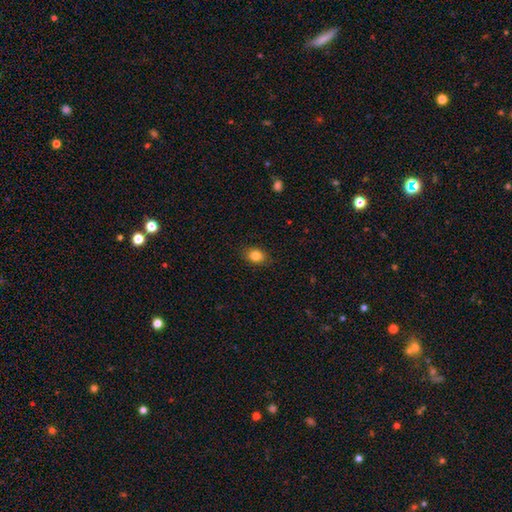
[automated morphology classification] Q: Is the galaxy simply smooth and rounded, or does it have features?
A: smooth — 84%.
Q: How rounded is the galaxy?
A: in between — 53%.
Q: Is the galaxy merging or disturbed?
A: none — 87%.